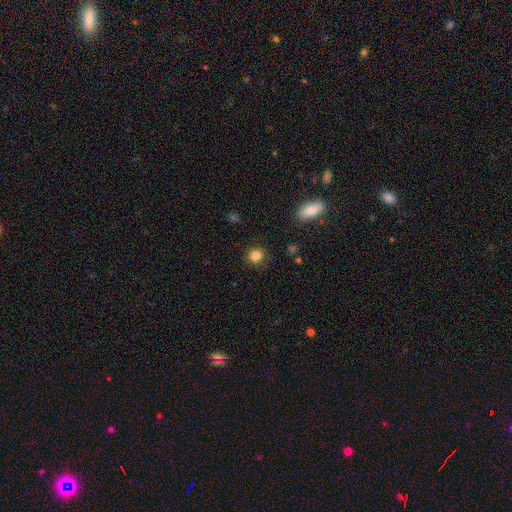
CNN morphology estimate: Smooth or featured: smooth — 84% (star or artifact — 11%)
How rounded: round — 85% (in between — 13%)
Merging: none — 87% (minor disturbance — 9%)